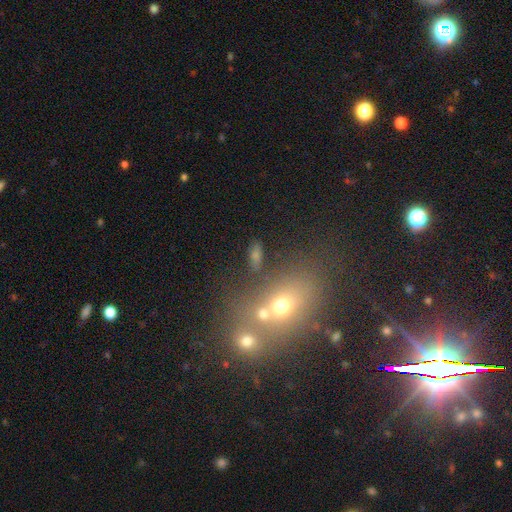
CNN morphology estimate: The model was most divided on "merging": none: 56%, merger: 25%, minor disturbance: 12%, major disturbance: 7%. More confident: how rounded — in between (68%); smooth or featured — smooth (57%).